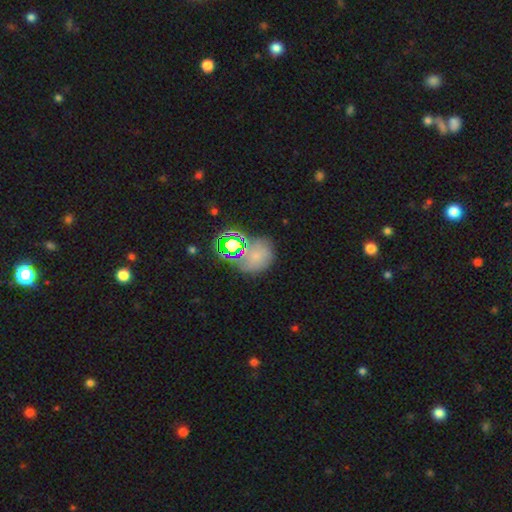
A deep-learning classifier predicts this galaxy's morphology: Smooth or featured?
  - smooth: 52% *
  - star or artifact: 31%
  - featured or disk: 17%
How rounded?
  - round: 50% *
  - in between: 48%
  - cigar-shaped: 1%
Merging?
  - none: 57% *
  - minor disturbance: 18%
  - merger: 16%
  - major disturbance: 8%